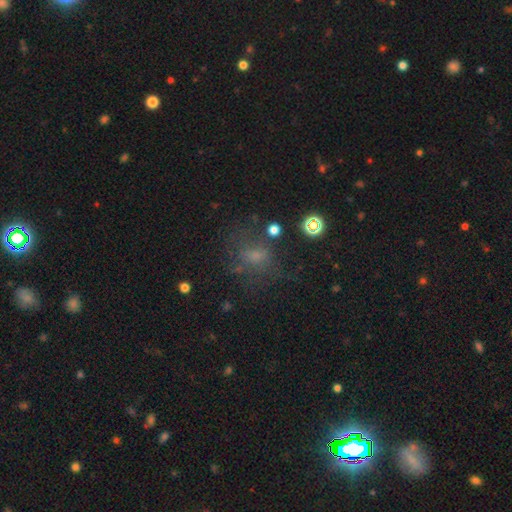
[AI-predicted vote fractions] smooth-or-featured: smooth: 50% | featured or disk: 27% | star or artifact: 24%
  merging: none: 54% | major disturbance: 22% | minor disturbance: 19% | merger: 4%